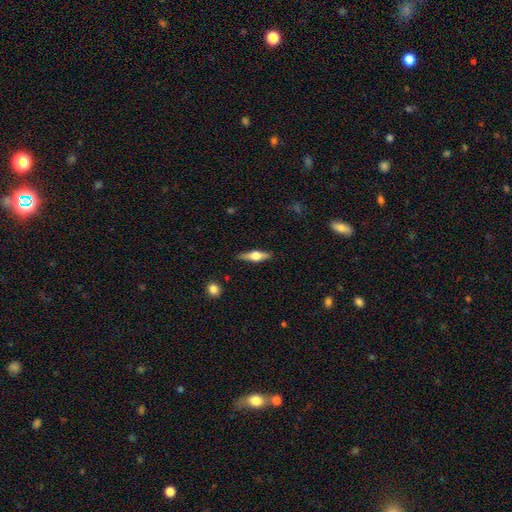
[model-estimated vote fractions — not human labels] Overall: featured or disk (58%; smooth 36%). Edge-on disk: yes (96%). Edge-on bulge: rounded (92%). Merging: none (87%).